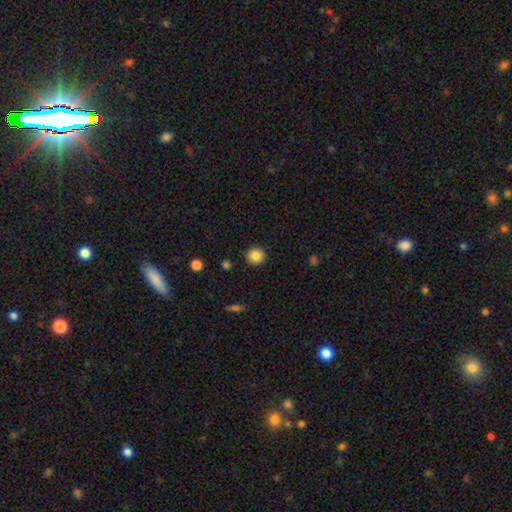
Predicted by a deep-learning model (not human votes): Smooth or featured?
  - smooth: 85% *
  - star or artifact: 10%
  - featured or disk: 6%
How rounded?
  - round: 94% *
  - in between: 5%
  - cigar-shaped: 1%
Merging?
  - none: 91% *
  - minor disturbance: 6%
  - major disturbance: 2%
  - merger: 1%